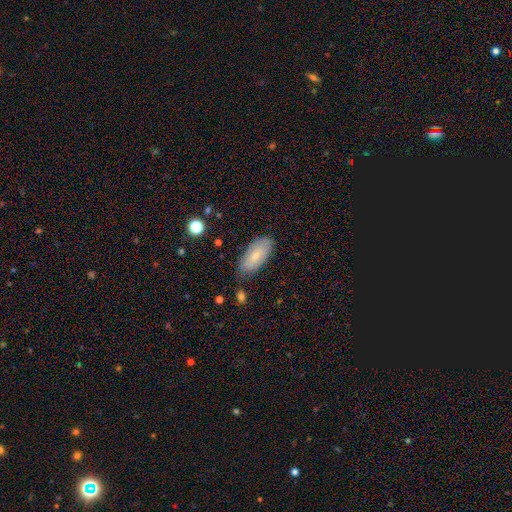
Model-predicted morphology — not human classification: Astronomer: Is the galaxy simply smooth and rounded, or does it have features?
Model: smooth — 71%.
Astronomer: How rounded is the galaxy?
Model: in between — 90%.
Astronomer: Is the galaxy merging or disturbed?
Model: none — 75%.